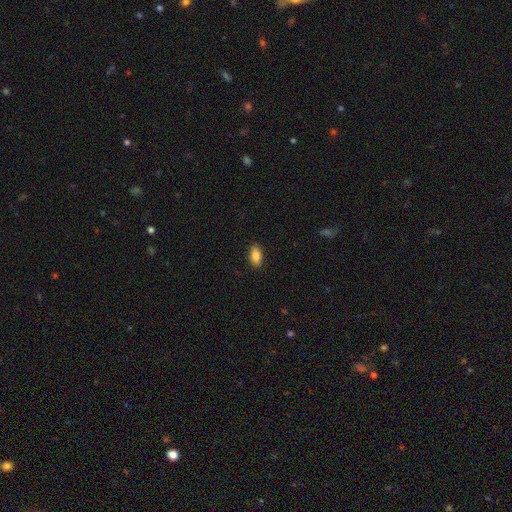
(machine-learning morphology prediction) Smooth or featured: smooth — 86% (star or artifact — 7%)
How rounded: in between — 92% (cigar-shaped — 5%)
Merging: none — 89% (minor disturbance — 8%)